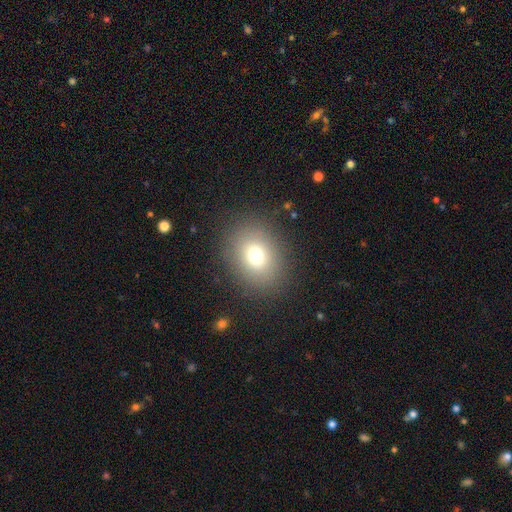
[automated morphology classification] The model was most divided on "how rounded": in between: 52%, round: 47%, cigar-shaped: 1%. More confident: merging — none (85%); smooth or featured — smooth (74%).